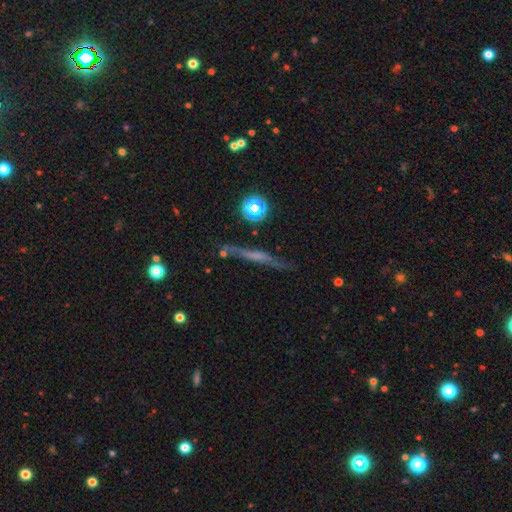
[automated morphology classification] This is possibly a featured or disk galaxy (57%). It is clearly viewed edge-on (87%). Merging: likely none (73%).